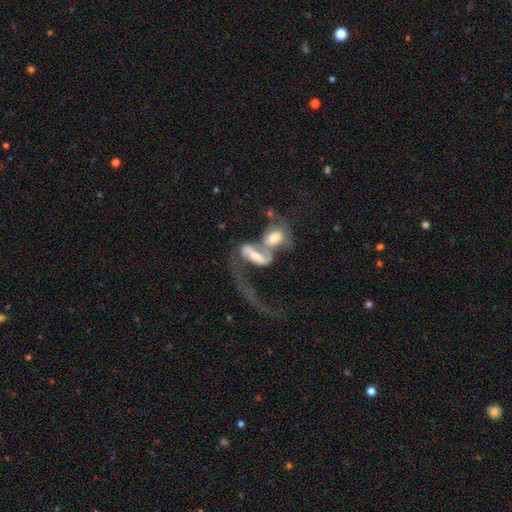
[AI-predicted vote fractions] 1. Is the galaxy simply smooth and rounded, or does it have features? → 59% featured or disk, 31% smooth, 10% star or artifact.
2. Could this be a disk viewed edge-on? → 90% no, 10% yes.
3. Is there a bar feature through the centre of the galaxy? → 46% no, 31% weak, 24% strong.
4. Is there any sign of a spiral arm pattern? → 67% yes, 33% no.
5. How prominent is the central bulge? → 40% moderate, 24% small, 18% large, 13% none, 4% dominant.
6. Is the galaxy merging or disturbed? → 69% merger, 17% major disturbance, 9% none, 4% minor disturbance.